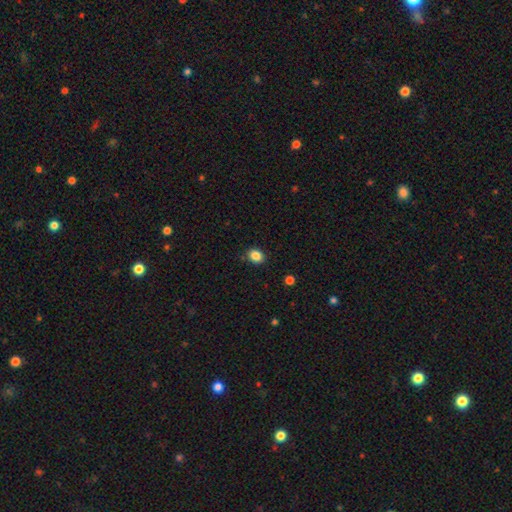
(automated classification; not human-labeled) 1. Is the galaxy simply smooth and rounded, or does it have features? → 86% smooth, 10% star or artifact, 4% featured or disk.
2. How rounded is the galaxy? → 52% in between, 47% round, 1% cigar-shaped.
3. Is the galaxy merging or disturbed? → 86% none, 10% minor disturbance, 2% major disturbance, 1% merger.